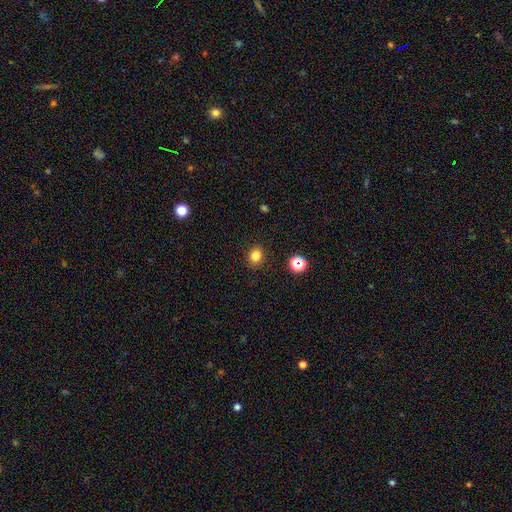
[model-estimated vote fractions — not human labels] This is clearly a smooth galaxy (81%). How rounded: likely round (71%). Merging: clearly none (89%).